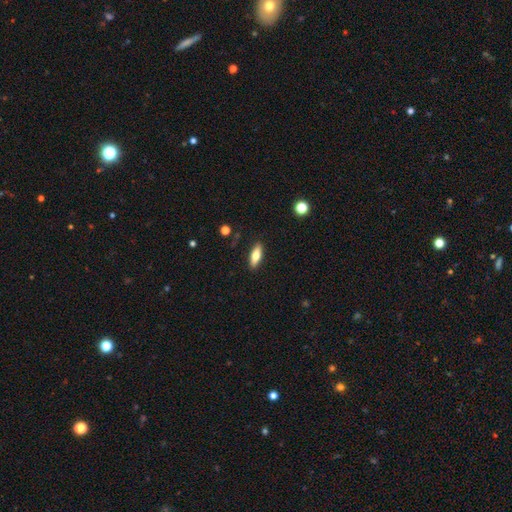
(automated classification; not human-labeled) Smooth or featured? smooth (65%)
How rounded? in between (59%)
Merging? none (89%)